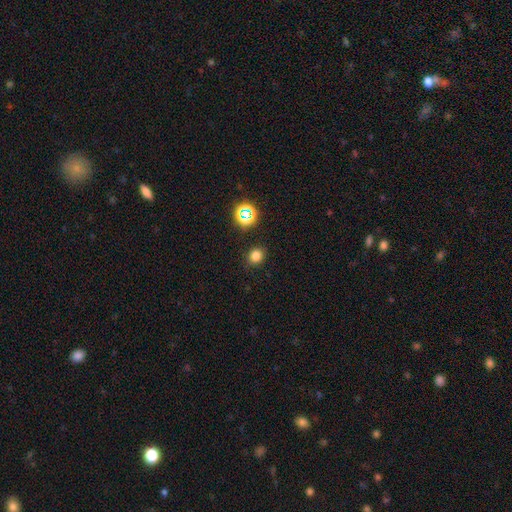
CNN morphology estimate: Smooth or featured: smooth — 77% (star or artifact — 18%)
How rounded: round — 70% (in between — 29%)
Merging: none — 87% (minor disturbance — 8%)